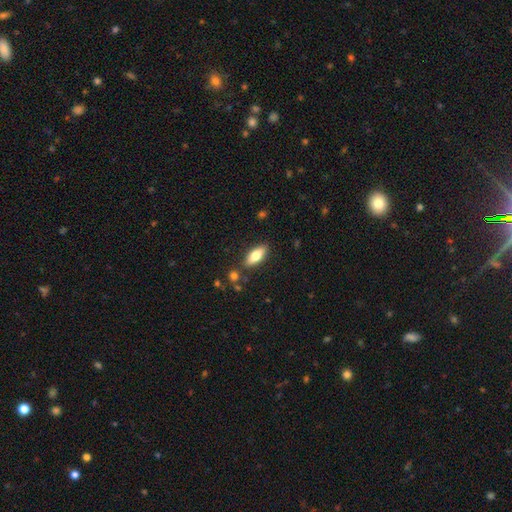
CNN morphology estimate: A smooth galaxy with no disk features (73%) that is in between round and cigar-shaped (74%). Merging: none (83%).